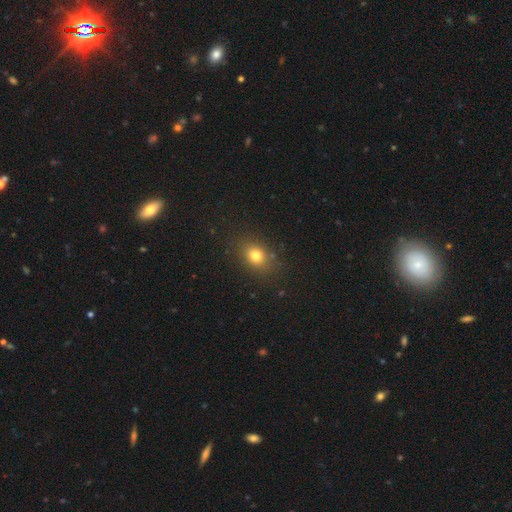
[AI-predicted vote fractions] Overall: smooth (78%). How rounded: in between (54%; round 45%). Merging: none (83%).